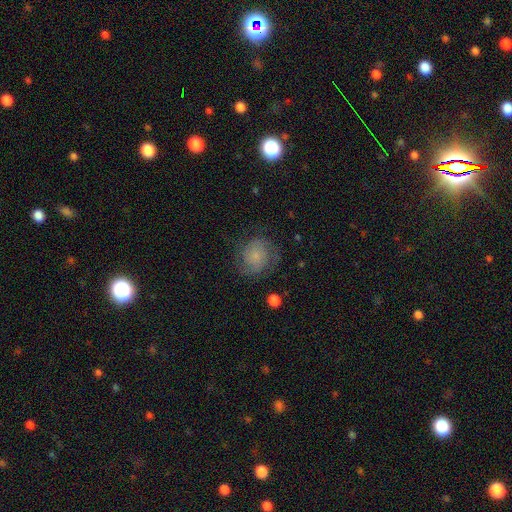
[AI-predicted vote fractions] Morphology: type=featured or disk (54%); edge-on=no (98%); bar=no (82%); spiral arms=yes (88%); bulge=small (69%); merging=none (71%).